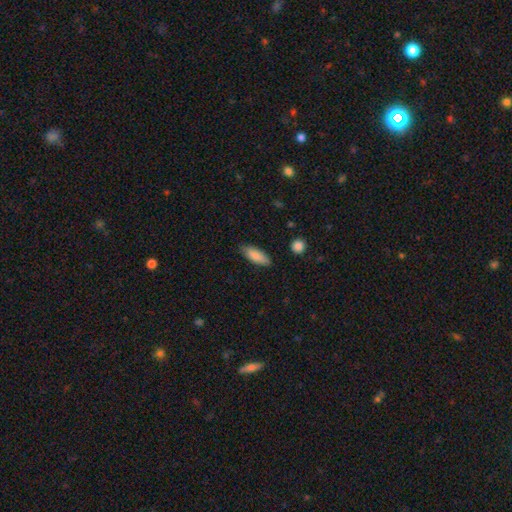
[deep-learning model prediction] The model was most divided on "how rounded": in between: 69%, cigar-shaped: 29%, round: 2%. More confident: smooth or featured — smooth (85%); merging — none (83%).